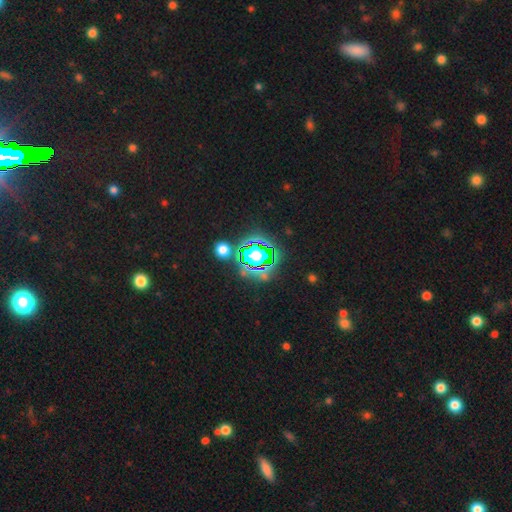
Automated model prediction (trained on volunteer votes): This appears to be a star or artifact, not a galaxy (65%).